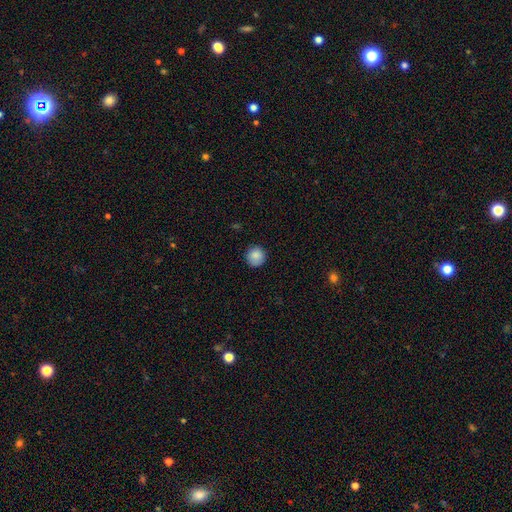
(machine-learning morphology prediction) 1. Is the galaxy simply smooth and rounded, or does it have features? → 87% smooth, 9% star or artifact, 5% featured or disk.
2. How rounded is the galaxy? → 94% round, 5% in between, 1% cigar-shaped.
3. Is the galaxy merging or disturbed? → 87% none, 10% minor disturbance, 2% major disturbance, 1% merger.